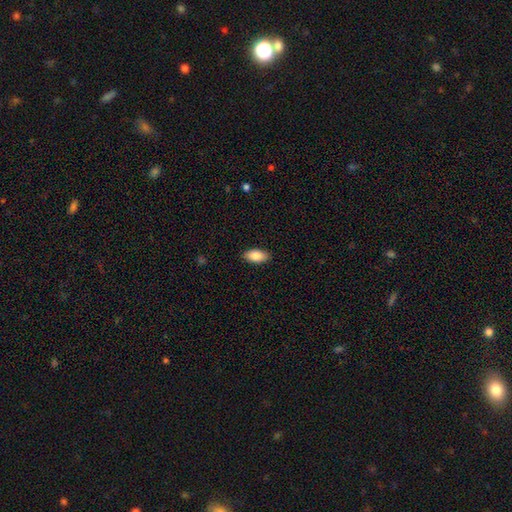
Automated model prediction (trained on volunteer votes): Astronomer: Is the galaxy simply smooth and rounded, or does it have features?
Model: smooth — 85%.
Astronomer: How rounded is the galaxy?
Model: in between — 92%.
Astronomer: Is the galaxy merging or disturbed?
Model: none — 89%.